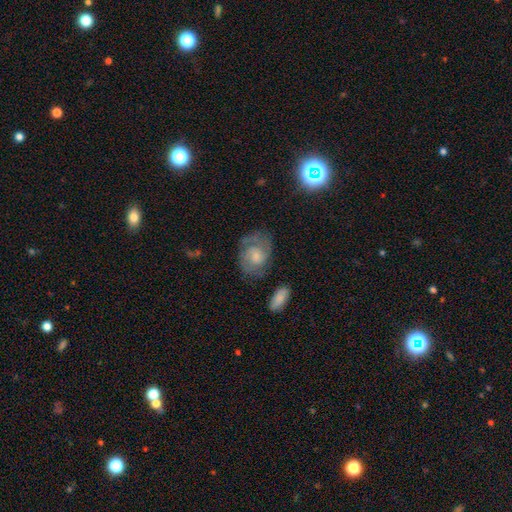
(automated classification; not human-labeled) A featured or disk galaxy (58%) with no bar (70%), spiral arms (83%) and a small central bulge (43%).

Vote fractions:
- Smooth or featured? featured or disk: 58% / smooth: 33% / star or artifact: 8%
- Edge-on disk? no: 97% / yes: 3%
- Bar? no: 70% / weak: 26% / strong: 4%
- Spiral arms? yes: 83% / no: 17%
- Bulge size? small: 43% / moderate: 36% / none: 11% / large: 8% / dominant: 2%
- Merging? none: 57% / minor disturbance: 24% / major disturbance: 15% / merger: 4%